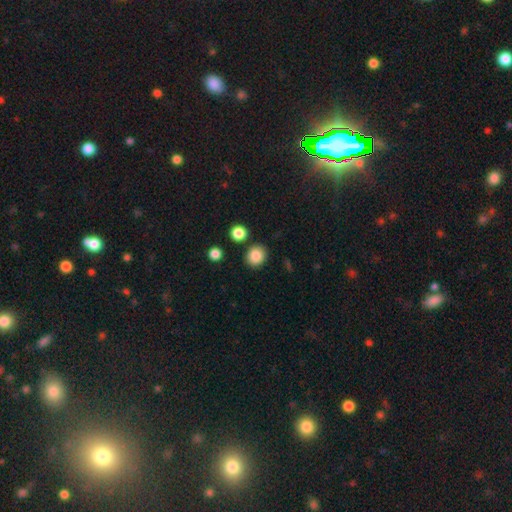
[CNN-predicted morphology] Smooth or featured: smooth — 86% (star or artifact — 9%)
How rounded: round — 74% (in between — 25%)
Merging: none — 84% (minor disturbance — 9%)